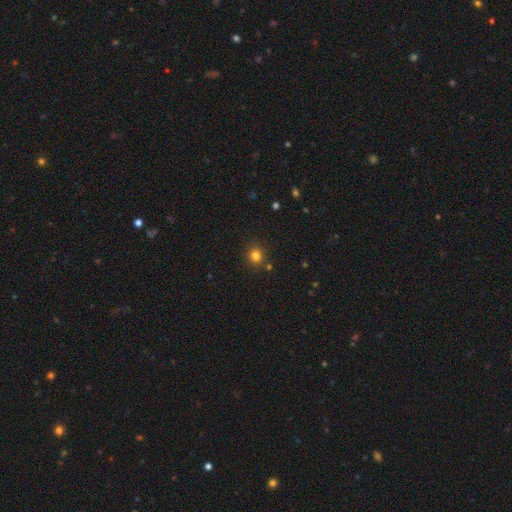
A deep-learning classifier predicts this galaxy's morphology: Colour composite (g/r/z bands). It shows a smooth galaxy with no disk features (80%) that is round (86%). Merging: none (86%).